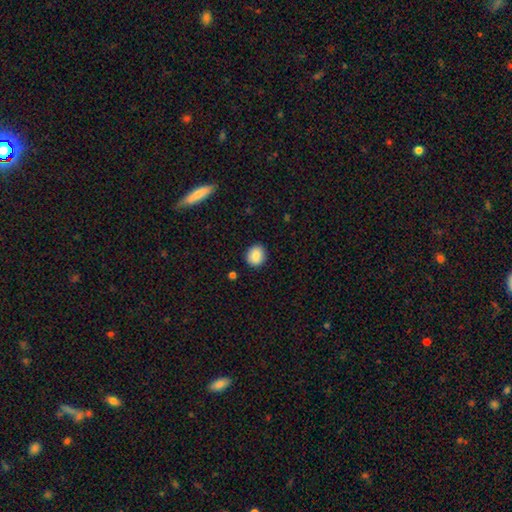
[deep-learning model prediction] Smooth or featured: smooth — 87% (star or artifact — 8%)
How rounded: round — 69% (in between — 30%)
Merging: none — 88% (minor disturbance — 8%)